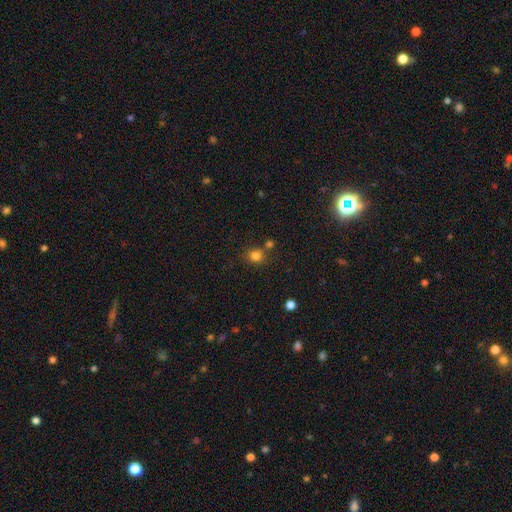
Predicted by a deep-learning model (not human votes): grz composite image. It shows a smooth galaxy with no disk features (80%) that is round (80%). Merging: none (64%).